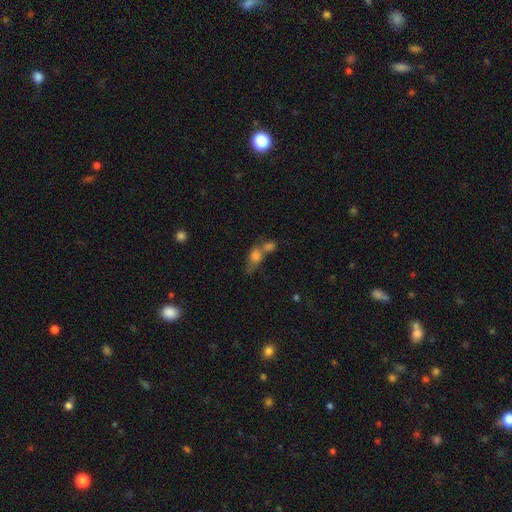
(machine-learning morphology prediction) smooth 70%, featured or disk 18%, star or artifact 13%. Down the decision tree: how rounded — in between (67%); merging — merger (58%).